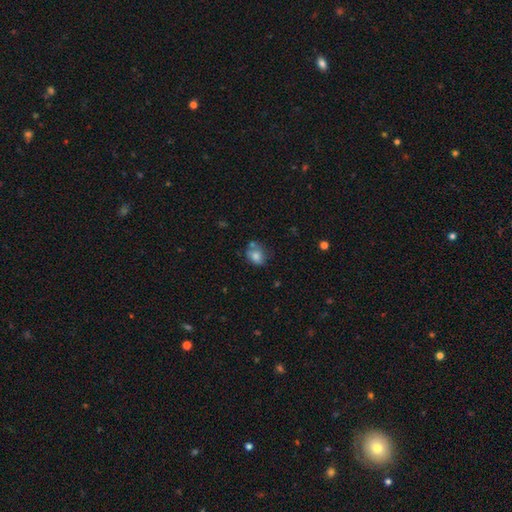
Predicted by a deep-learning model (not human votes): smooth_or_featured: smooth (p=0.75) [alt: featured or disk p=0.14]
how_rounded: round (p=0.51) [alt: in between p=0.48]
merging: none (p=0.52) [alt: minor disturbance p=0.23]